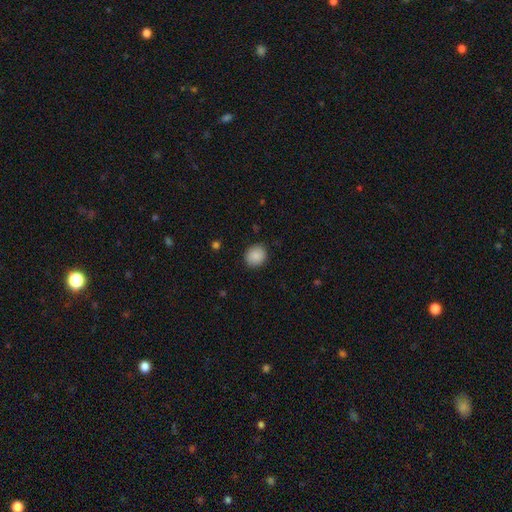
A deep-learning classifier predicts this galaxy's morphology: Smooth or featured: smooth — 88% (star or artifact — 8%)
How rounded: round — 74% (in between — 25%)
Merging: none — 87% (minor disturbance — 9%)